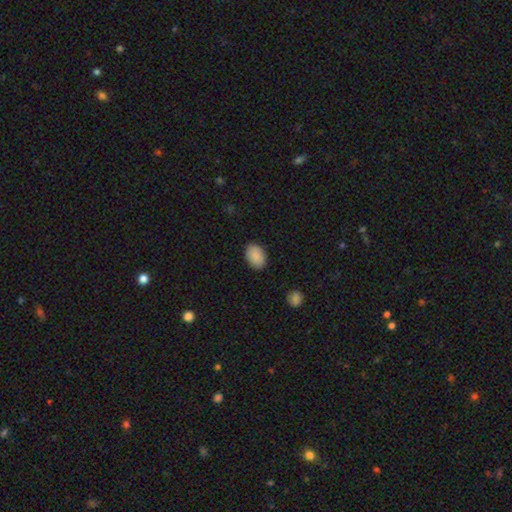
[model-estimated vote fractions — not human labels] smooth_or_featured: smooth (p=0.90) [alt: star or artifact p=0.07]
how_rounded: in between (p=0.82) [alt: round p=0.17]
merging: none (p=0.87) [alt: minor disturbance p=0.10]